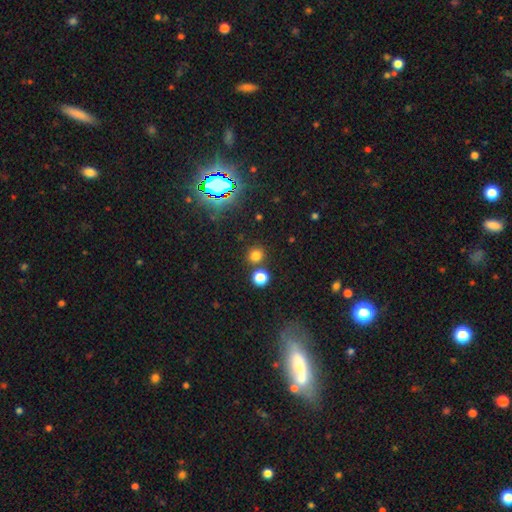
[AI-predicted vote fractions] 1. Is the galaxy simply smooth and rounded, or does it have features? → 75% smooth, 20% star or artifact, 5% featured or disk.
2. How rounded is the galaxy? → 90% round, 9% in between, 1% cigar-shaped.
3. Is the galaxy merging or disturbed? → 79% none, 12% merger, 7% minor disturbance, 3% major disturbance.